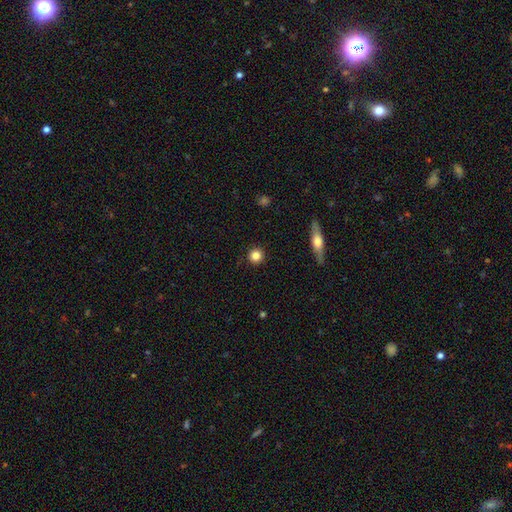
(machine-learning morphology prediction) Smooth or featured? smooth (83%)
How rounded? round (95%)
Merging? none (91%)